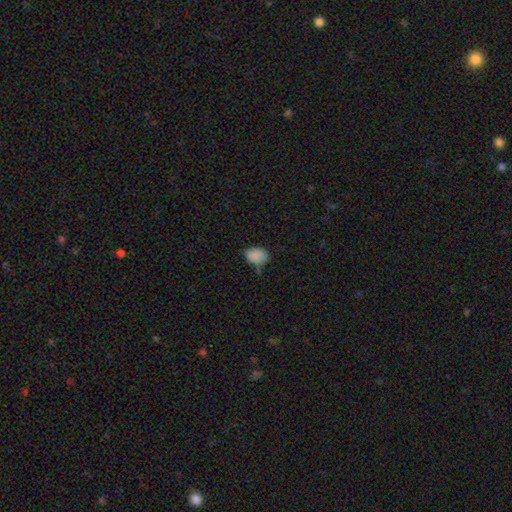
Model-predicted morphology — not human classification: This is clearly a smooth galaxy (86%). How rounded: likely in between (76%). Merging: likely none (63%).